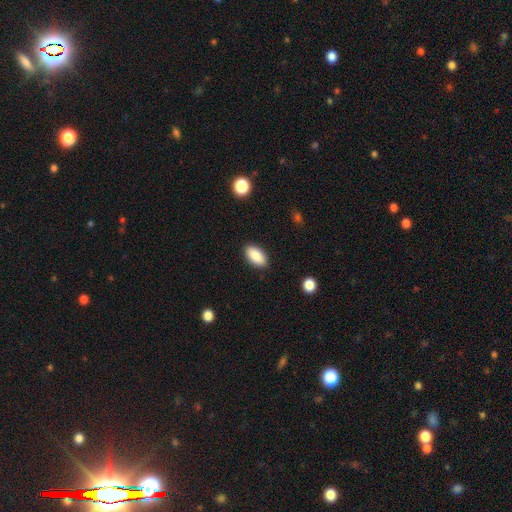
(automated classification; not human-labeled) Overall: smooth (88%). How rounded: in between (93%). Merging: none (89%).